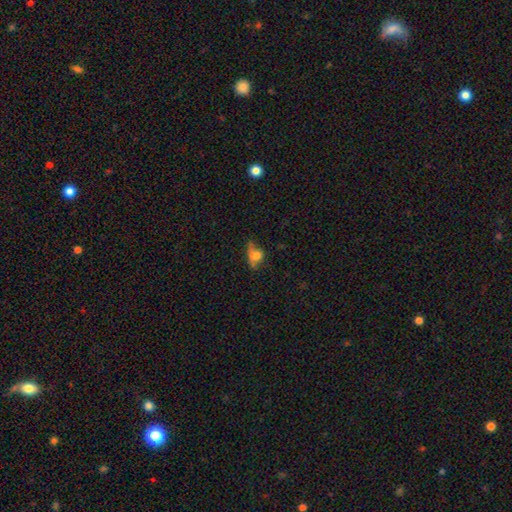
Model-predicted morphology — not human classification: Smooth or featured? Predicted: smooth (p=0.62). How rounded? Predicted: in between (p=0.72). Merging? Predicted: none (p=0.33).